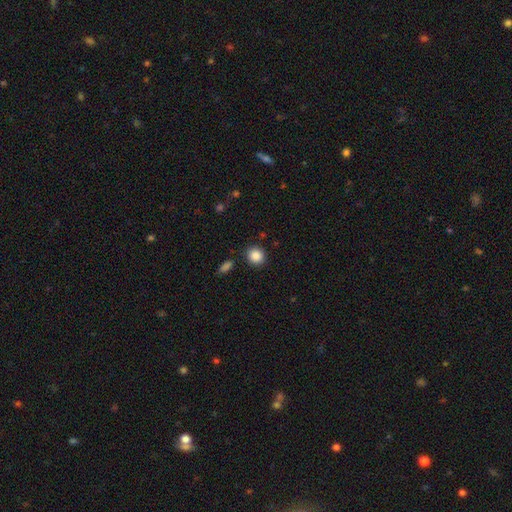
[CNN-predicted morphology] Smooth or featured? smooth (87%)
How rounded? round (84%)
Merging? none (88%)